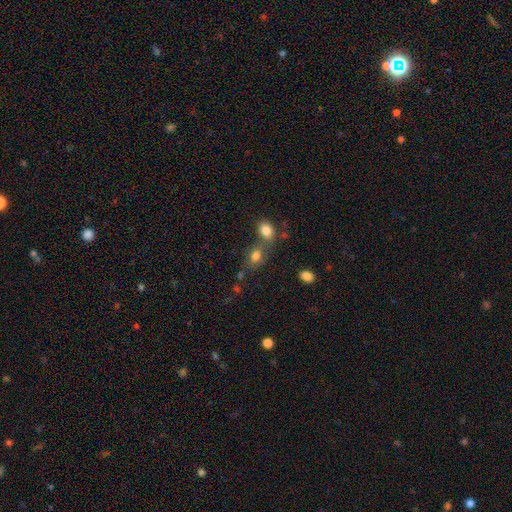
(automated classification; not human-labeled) Smooth or featured?
  - smooth: 79% *
  - star or artifact: 11%
  - featured or disk: 10%
How rounded?
  - in between: 73% *
  - round: 25%
  - cigar-shaped: 2%
Merging?
  - none: 46% *
  - merger: 36%
  - minor disturbance: 13%
  - major disturbance: 5%